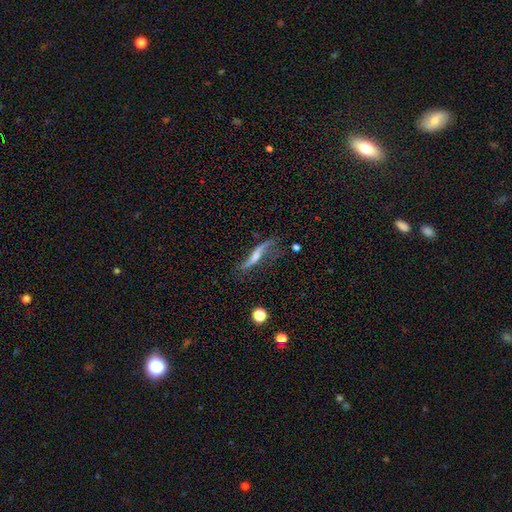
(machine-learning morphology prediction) The model was most divided on "edge-on disk": no: 52%, yes: 48%. Remaining: smooth or featured — featured or disk (63%); merging — none (47%).